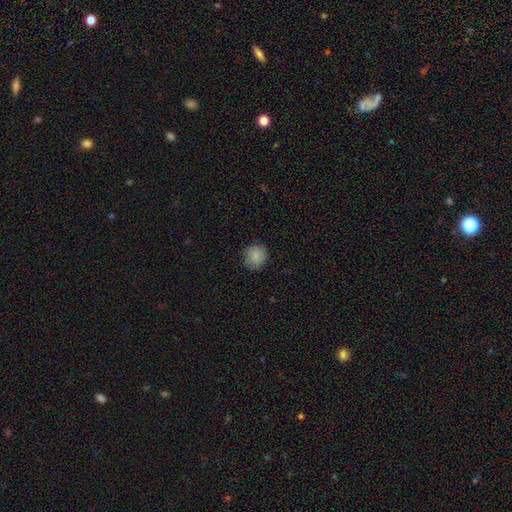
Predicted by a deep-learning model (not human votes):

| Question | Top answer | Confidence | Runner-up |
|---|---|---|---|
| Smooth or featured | smooth | 87% | star or artifact (8%) |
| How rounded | round | 88% | in between (11%) |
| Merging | none | 83% | minor disturbance (13%) |